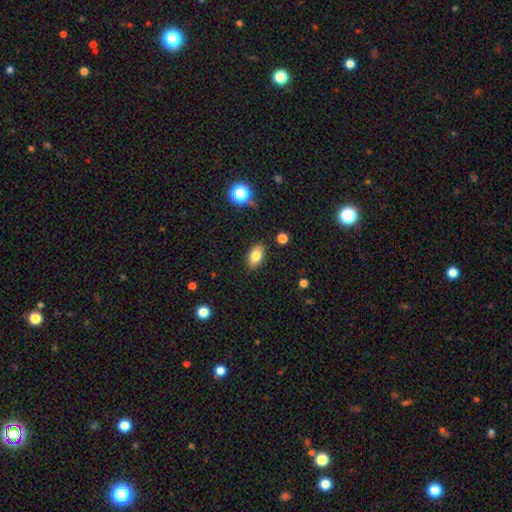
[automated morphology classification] This is clearly a smooth galaxy (80%). How rounded: clearly in between (90%). Merging: clearly none (87%).